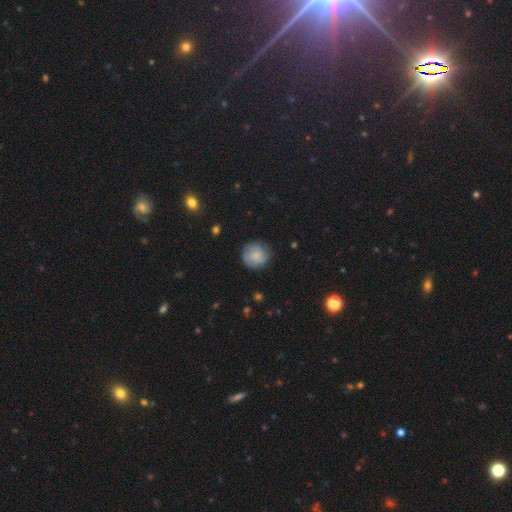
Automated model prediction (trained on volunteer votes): Morphology: type=smooth (77%); roundness=round (92%); merging=none (79%).